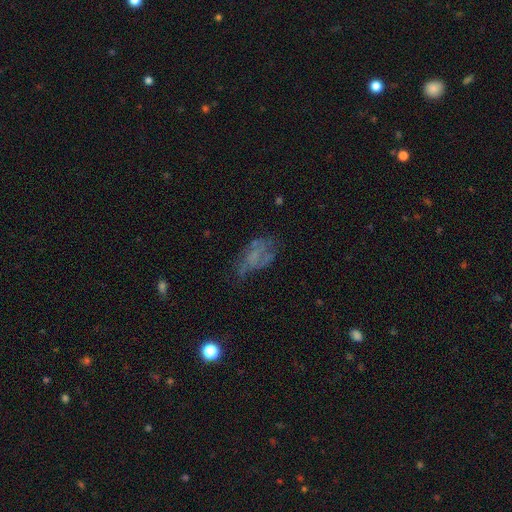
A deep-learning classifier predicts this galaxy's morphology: smooth_or_featured: featured or disk (p=0.48) [alt: smooth p=0.33]
merging: none (p=0.40) [alt: major disturbance p=0.31]